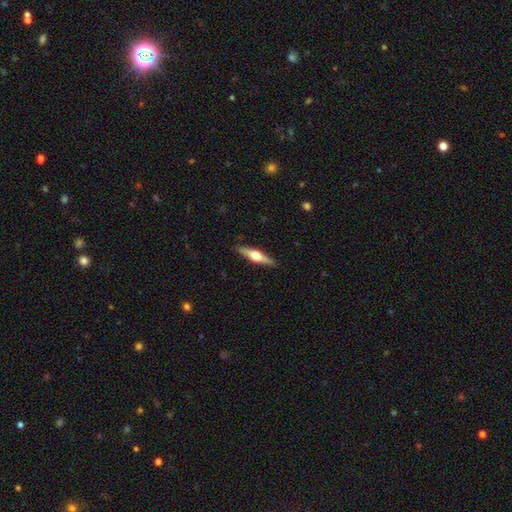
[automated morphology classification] Smooth or featured?
  - featured or disk: 65% *
  - smooth: 29%
  - star or artifact: 5%
Edge-on disk?
  - yes: 97% *
  - no: 3%
Edge-on bulge?
  - rounded: 95% *
  - boxy: 4%
  - none: 2%
Merging?
  - none: 90% *
  - minor disturbance: 7%
  - major disturbance: 2%
  - merger: 1%